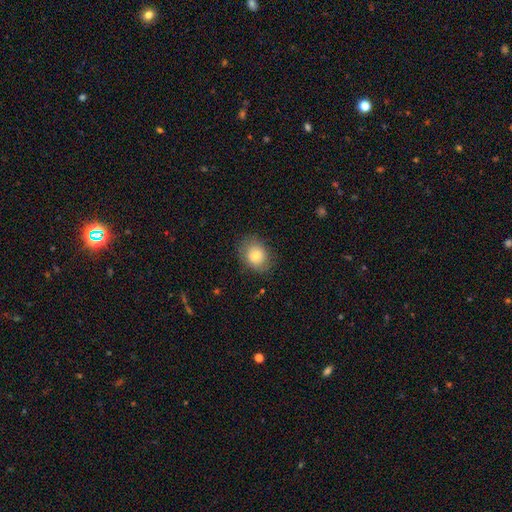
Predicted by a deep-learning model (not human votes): smooth 76%, featured or disk 15%, star or artifact 9%. Down the decision tree: how rounded — round (53%); merging — none (78%).